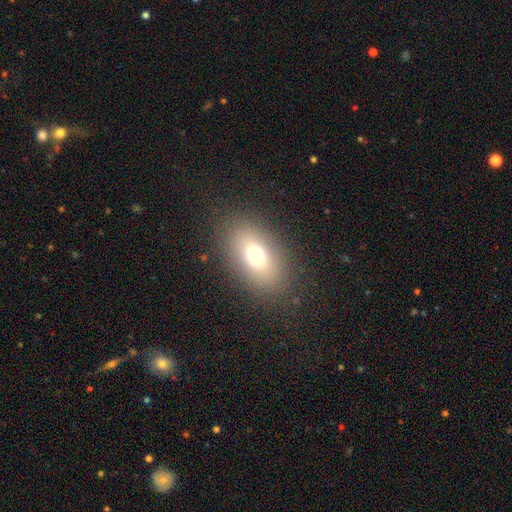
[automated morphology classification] Smooth or featured?
  - smooth: 71% *
  - featured or disk: 16%
  - star or artifact: 14%
How rounded?
  - in between: 85% *
  - round: 13%
  - cigar-shaped: 3%
Merging?
  - none: 85% *
  - minor disturbance: 9%
  - major disturbance: 5%
  - merger: 1%